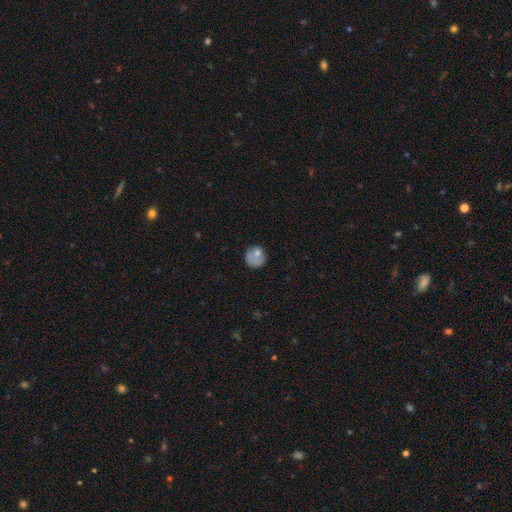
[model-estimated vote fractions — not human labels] A smooth galaxy with no disk features (68%) that is round (84%). Merging: none (58%).